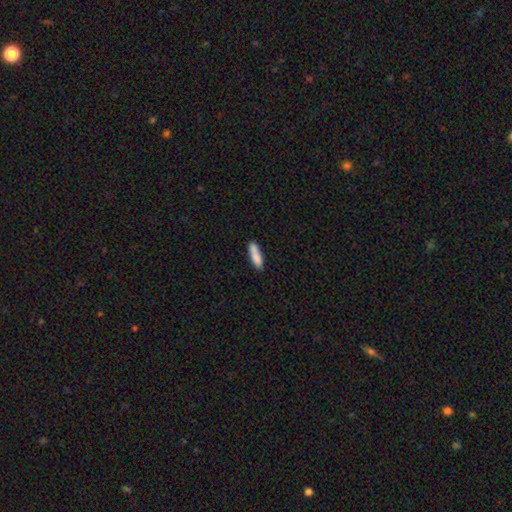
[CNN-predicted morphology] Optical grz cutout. It shows a smooth galaxy with no disk features (85%) that is cigar-shaped (65%). Merging: none (79%).